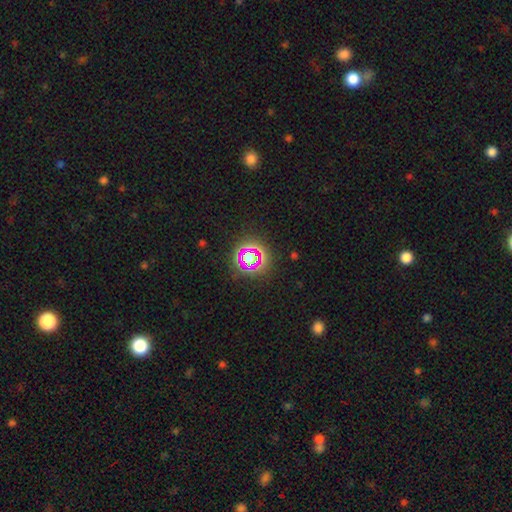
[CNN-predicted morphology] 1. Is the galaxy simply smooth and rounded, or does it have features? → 65% star or artifact, 23% smooth, 12% featured or disk.